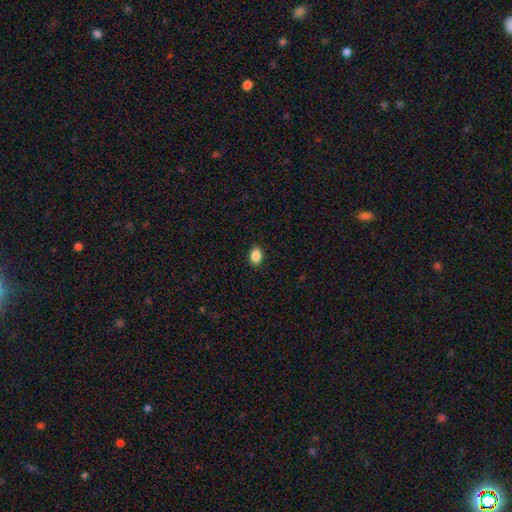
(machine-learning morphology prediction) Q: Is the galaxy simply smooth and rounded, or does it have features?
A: smooth — 88%.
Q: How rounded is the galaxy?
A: in between — 70%.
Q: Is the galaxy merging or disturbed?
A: none — 90%.